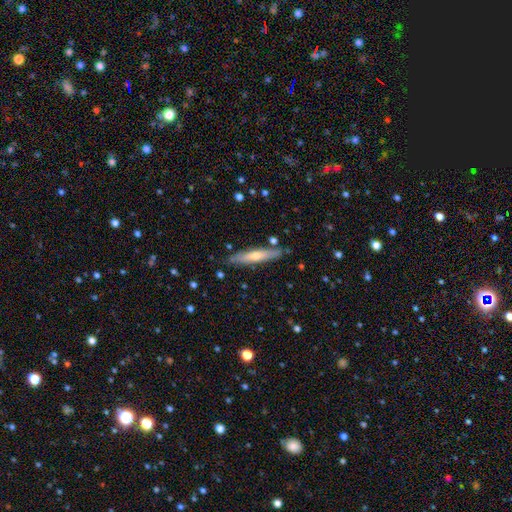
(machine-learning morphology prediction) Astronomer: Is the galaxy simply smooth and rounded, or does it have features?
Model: smooth — 49% (runner-up: featured or disk, 45%).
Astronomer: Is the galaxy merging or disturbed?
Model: none — 84%.